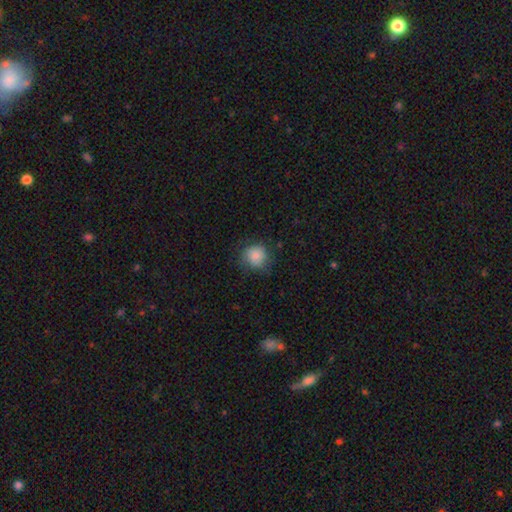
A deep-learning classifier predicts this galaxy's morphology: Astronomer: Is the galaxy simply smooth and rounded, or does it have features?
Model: smooth — 82%.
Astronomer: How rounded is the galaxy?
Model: round — 89%.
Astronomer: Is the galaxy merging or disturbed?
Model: none — 75%.